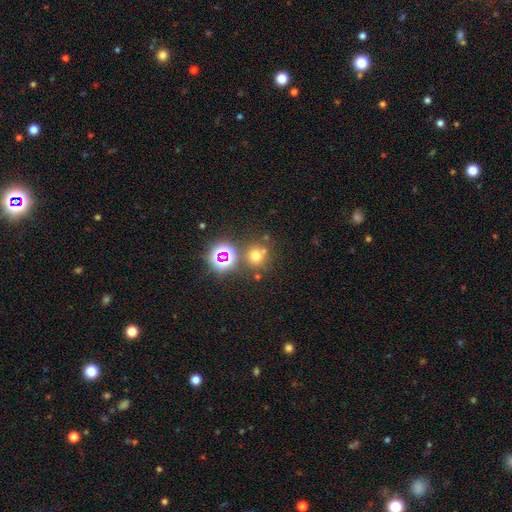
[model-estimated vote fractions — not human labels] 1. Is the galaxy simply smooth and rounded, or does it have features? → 61% smooth, 30% star or artifact, 9% featured or disk.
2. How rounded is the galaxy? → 90% round, 9% in between, 1% cigar-shaped.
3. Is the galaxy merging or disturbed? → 72% none, 15% merger, 9% minor disturbance, 4% major disturbance.